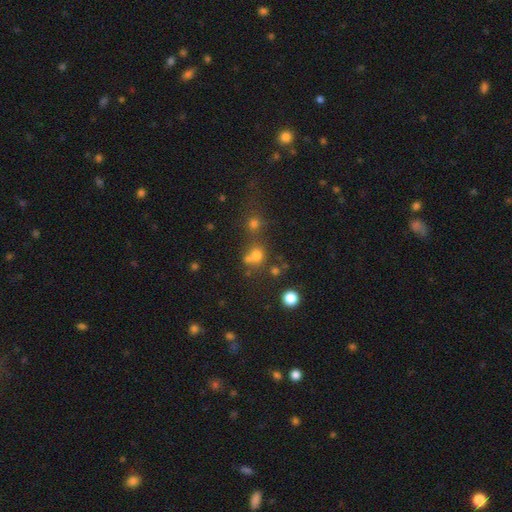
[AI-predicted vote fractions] A smooth galaxy with no disk features (69%) that is round (80%). Merging: none (50%).